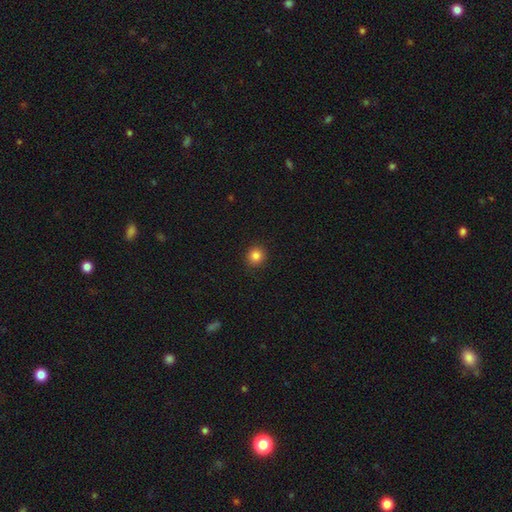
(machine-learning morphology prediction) Overall: smooth (84%). How rounded: round (90%). Merging: none (92%).